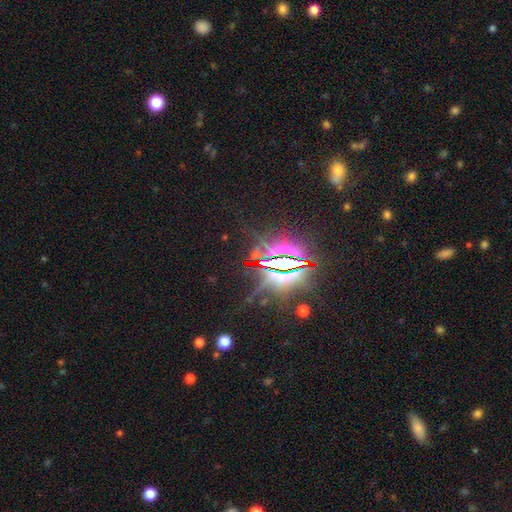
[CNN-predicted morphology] The model was most divided on "smooth or featured": star or artifact: 86%, featured or disk: 7%, smooth: 6%.